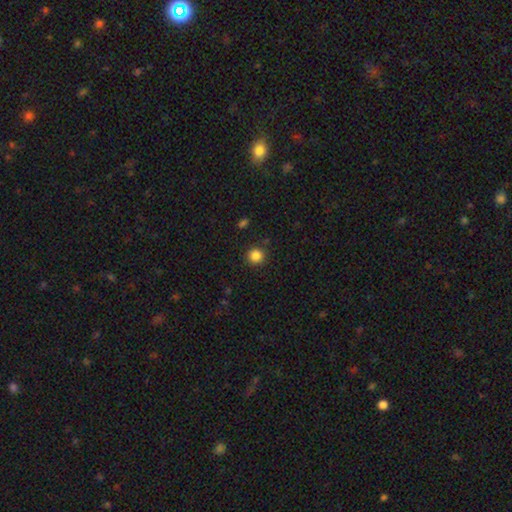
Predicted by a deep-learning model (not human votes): Smooth or featured? smooth (85%)
How rounded? round (92%)
Merging? none (90%)